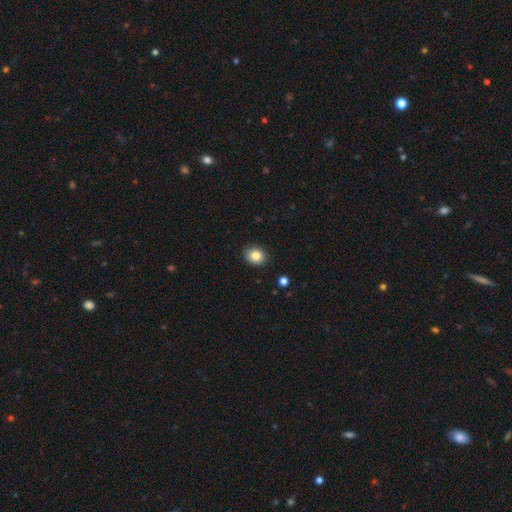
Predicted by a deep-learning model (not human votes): Morphology: type=smooth (84%); roundness=round (50%); merging=none (88%).